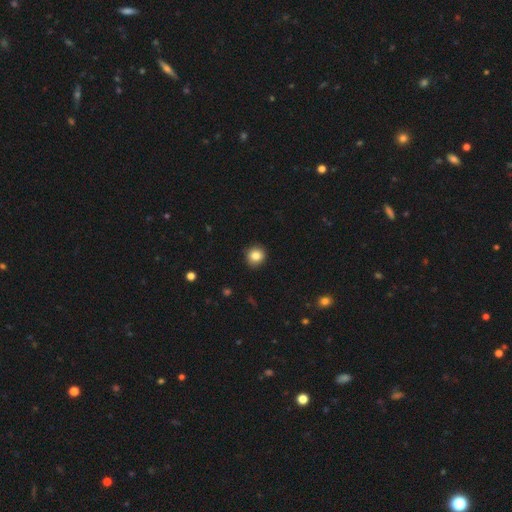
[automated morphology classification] This appears to be a smooth galaxy with no disk features (84%) that is round (91%). Merging: none (90%).